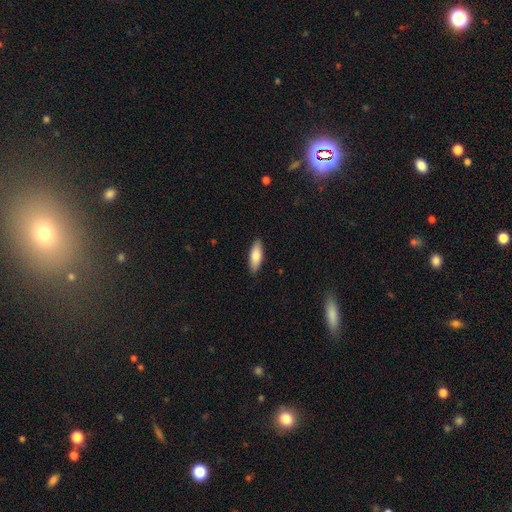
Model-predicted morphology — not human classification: This is clearly a smooth galaxy (81%). How rounded: likely in between (68%). Merging: clearly none (89%).